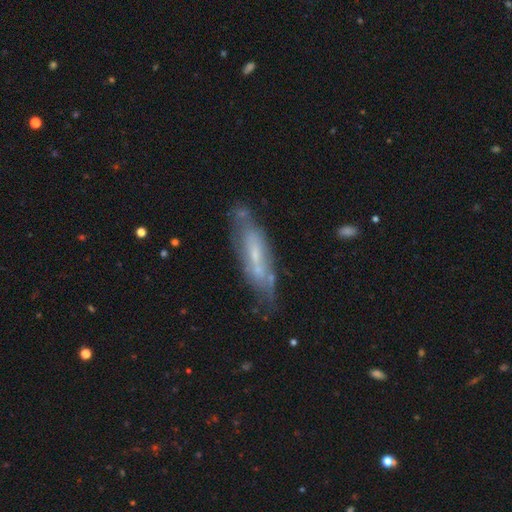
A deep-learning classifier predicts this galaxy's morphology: This is likely a featured or disk galaxy (64%). It is likely not viewed edge-on (62%). Merging: likely none (62%).